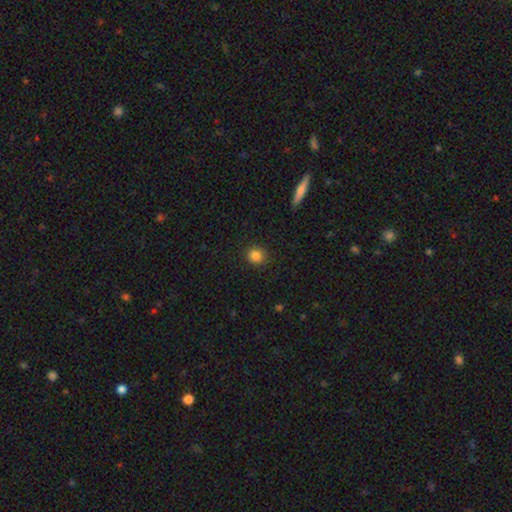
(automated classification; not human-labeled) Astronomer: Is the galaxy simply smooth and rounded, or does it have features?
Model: smooth — 85%.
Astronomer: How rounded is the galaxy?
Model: round — 87%.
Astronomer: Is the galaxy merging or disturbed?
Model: none — 90%.